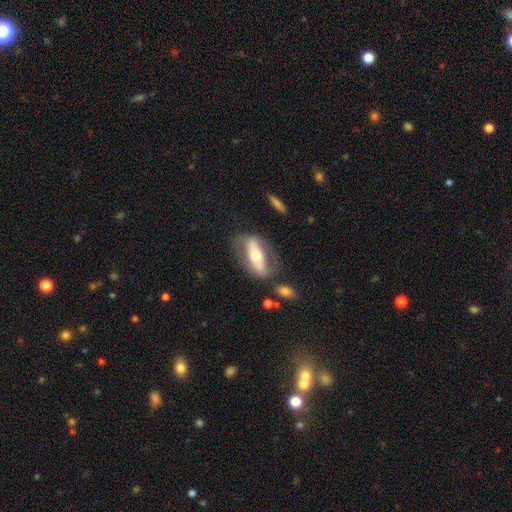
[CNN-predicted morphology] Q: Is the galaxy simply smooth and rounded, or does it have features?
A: featured or disk — 59%.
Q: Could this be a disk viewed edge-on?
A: no — 70%.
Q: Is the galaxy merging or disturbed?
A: none — 64%.